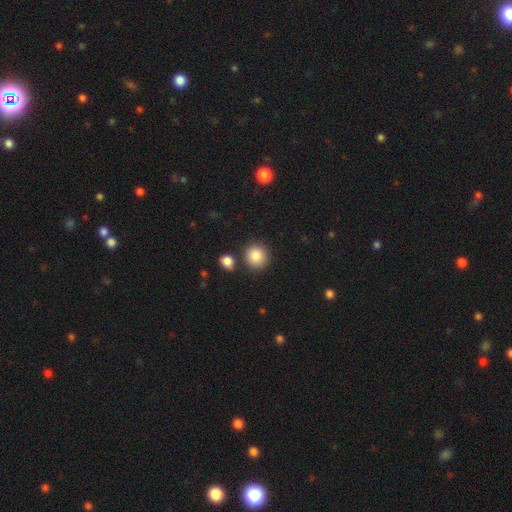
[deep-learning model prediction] The model was most divided on "merging": none: 82%, minor disturbance: 9%, merger: 7%, major disturbance: 3%. More confident: how rounded — round (88%); smooth or featured — smooth (87%).